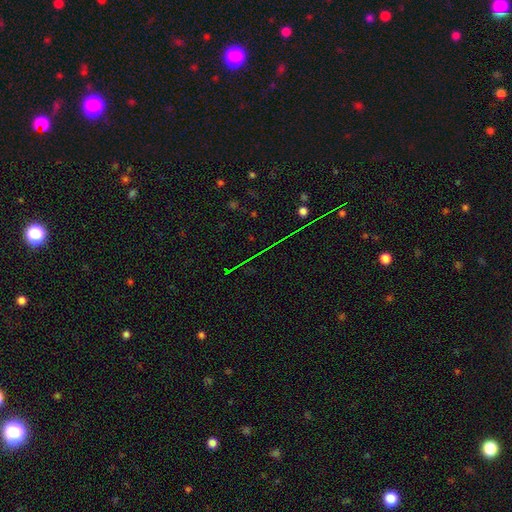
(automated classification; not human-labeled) Smooth or featured: star or artifact — 76% (featured or disk — 12%)